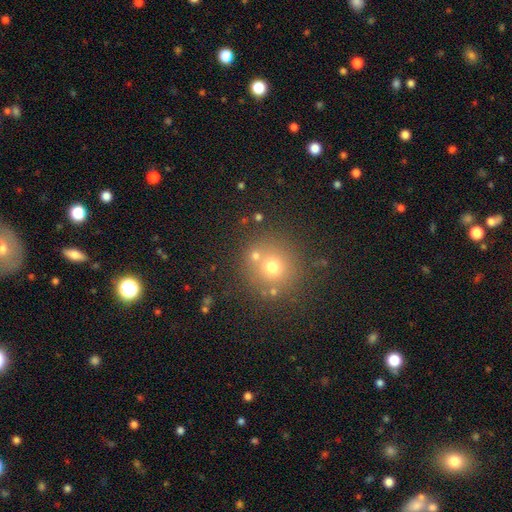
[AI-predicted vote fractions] This is likely a smooth galaxy (67%). How rounded: clearly round (91%). Merging: likely none (73%).